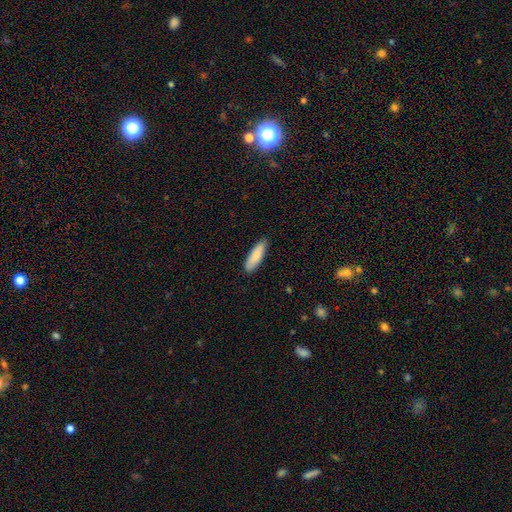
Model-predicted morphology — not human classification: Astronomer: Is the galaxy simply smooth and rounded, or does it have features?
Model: smooth — 86%.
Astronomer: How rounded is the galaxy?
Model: cigar-shaped — 55% (runner-up: in between, 43%).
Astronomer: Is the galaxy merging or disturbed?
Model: none — 86%.